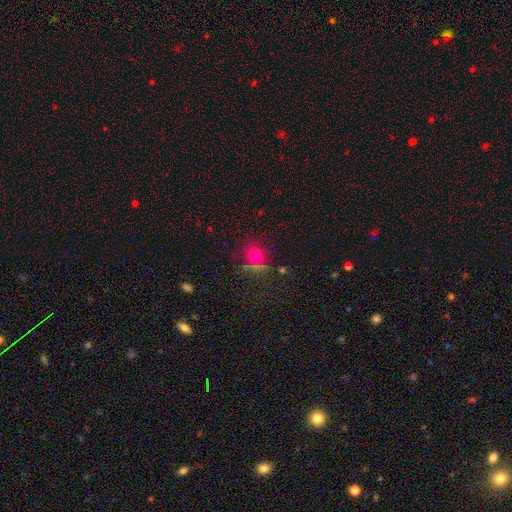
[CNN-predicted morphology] A smooth galaxy with no disk features (70%) that is round (78%).

Vote fractions:
- Smooth or featured? smooth: 70% / star or artifact: 21% / featured or disk: 9%
- How rounded? round: 78% / in between: 21% / cigar-shaped: 1%
- Merging? none: 69% / minor disturbance: 15% / merger: 10% / major disturbance: 6%